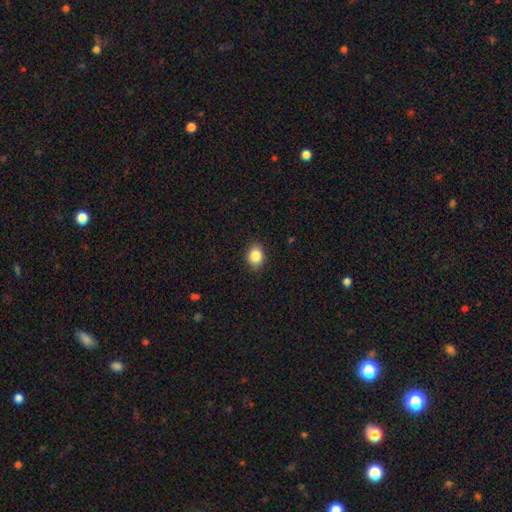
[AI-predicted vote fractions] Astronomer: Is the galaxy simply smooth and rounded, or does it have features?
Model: smooth — 86%.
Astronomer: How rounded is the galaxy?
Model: in between — 55% (runner-up: round, 44%).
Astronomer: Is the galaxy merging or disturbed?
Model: none — 86%.